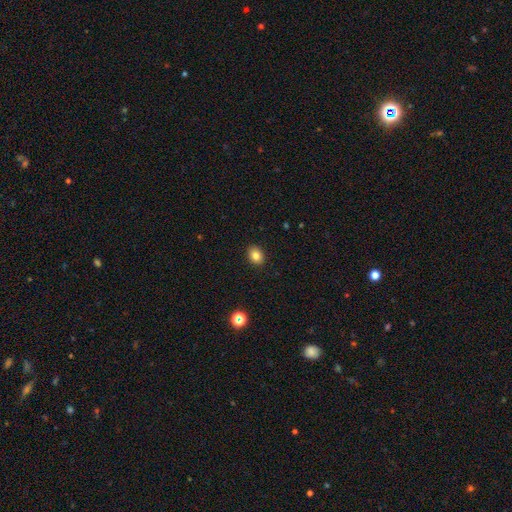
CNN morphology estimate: Q: Smooth or featured?
A: smooth (82%); runner-up: star or artifact (11%)
Q: How rounded?
A: in between (53%); runner-up: round (46%)
Q: Merging?
A: none (91%); runner-up: minor disturbance (7%)